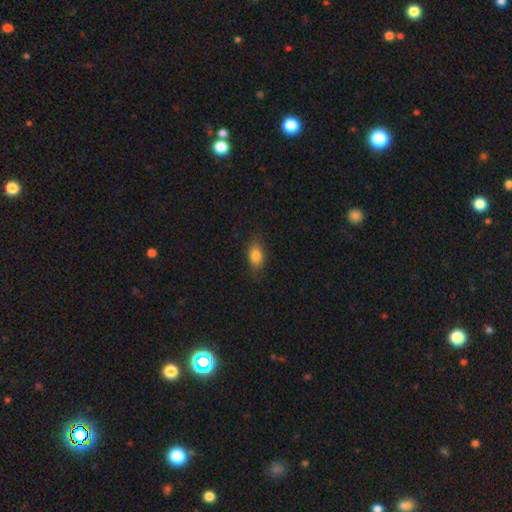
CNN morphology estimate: This appears to be a smooth galaxy with no disk features (82%) that is in between round and cigar-shaped (81%). Merging: none (80%).